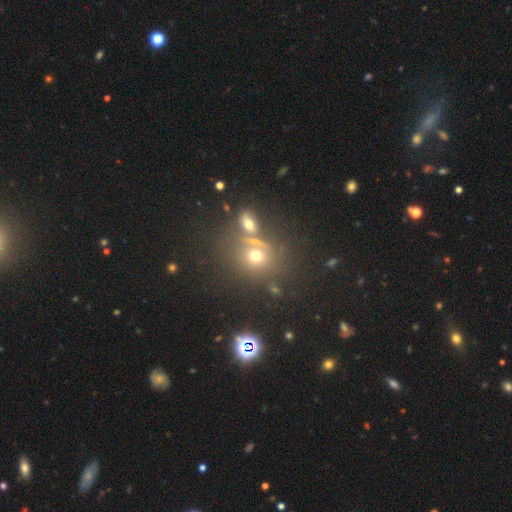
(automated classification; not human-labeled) smooth_or_featured: smooth (p=0.64) [alt: star or artifact p=0.19]
how_rounded: round (p=0.72) [alt: in between p=0.27]
merging: none (p=0.52) [alt: merger p=0.32]